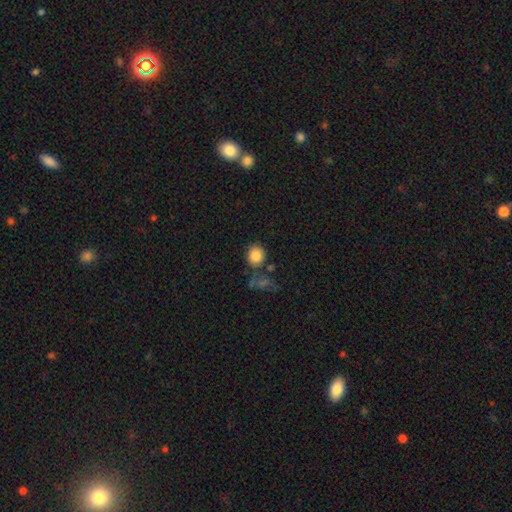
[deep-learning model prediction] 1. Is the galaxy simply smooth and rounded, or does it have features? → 85% smooth, 9% star or artifact, 5% featured or disk.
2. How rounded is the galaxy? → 83% round, 16% in between, 1% cigar-shaped.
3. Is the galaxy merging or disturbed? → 68% none, 13% merger, 13% minor disturbance, 6% major disturbance.